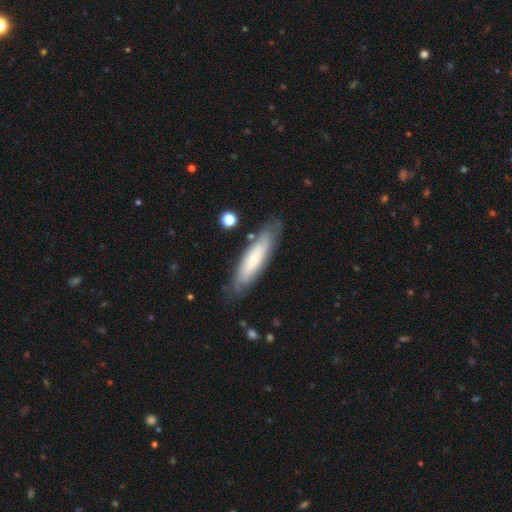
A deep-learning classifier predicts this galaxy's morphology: smooth 54%, featured or disk 38%, star or artifact 8%. Down the decision tree: how rounded — cigar-shaped (74%); merging — none (81%).